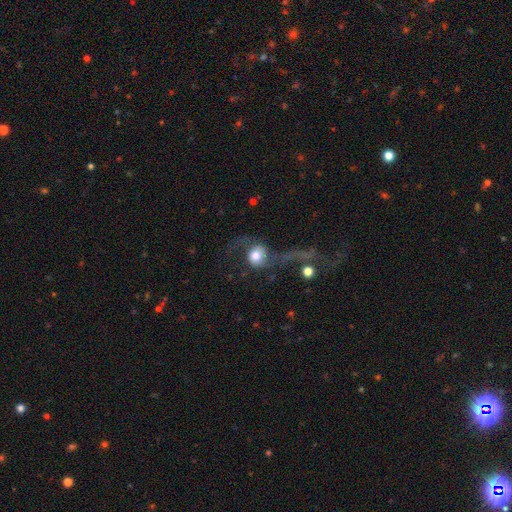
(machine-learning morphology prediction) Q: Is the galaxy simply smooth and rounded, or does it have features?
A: smooth — 49%.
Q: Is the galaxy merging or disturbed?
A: major disturbance — 41%.